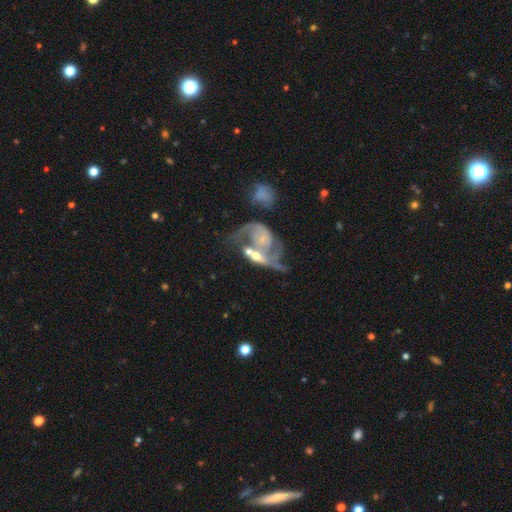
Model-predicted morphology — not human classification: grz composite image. It shows a featured or disk galaxy (77%) with no bar (69%), 2 (63%) loose (46%) spiral arms (80%) and a small central bulge (52%). Merging: merger (51%).